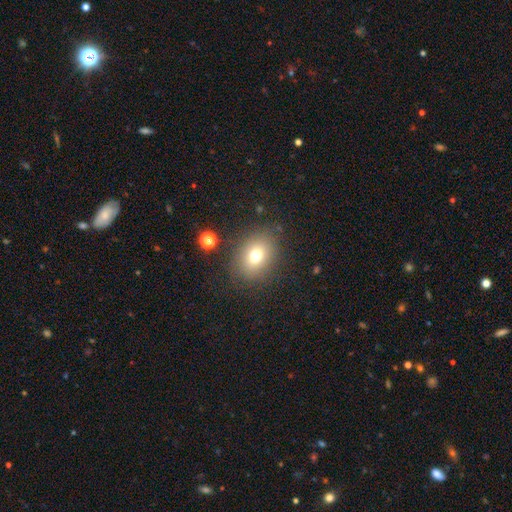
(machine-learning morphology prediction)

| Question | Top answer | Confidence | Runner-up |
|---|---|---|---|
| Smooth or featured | smooth | 73% | star or artifact (14%) |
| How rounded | in between | 56% | round (43%) |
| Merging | none | 83% | minor disturbance (10%) |